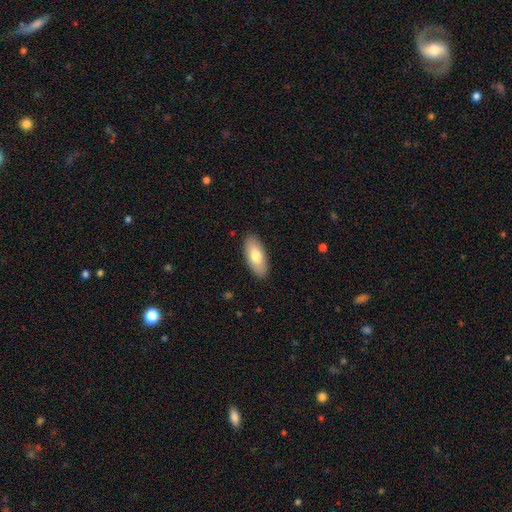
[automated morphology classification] Smooth or featured?
  - smooth: 75% *
  - featured or disk: 20%
  - star or artifact: 6%
How rounded?
  - in between: 87% *
  - cigar-shaped: 11%
  - round: 2%
Merging?
  - none: 88% *
  - minor disturbance: 9%
  - major disturbance: 2%
  - merger: 1%